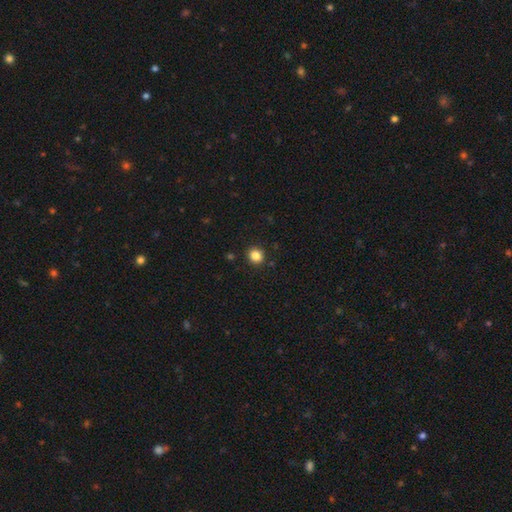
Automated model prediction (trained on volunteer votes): smooth-or-featured: smooth: 85% | star or artifact: 11% | featured or disk: 4%
  how-rounded: round: 89% | in between: 10% | cigar-shaped: 1%
  merging: none: 91% | minor disturbance: 6% | major disturbance: 2% | merger: 1%